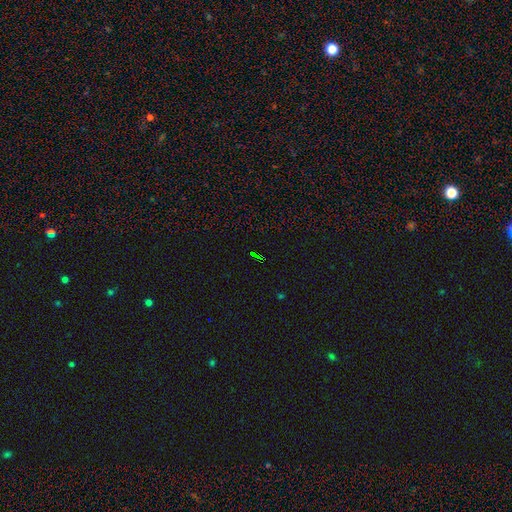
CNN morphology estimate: Overall: star or artifact (75%).